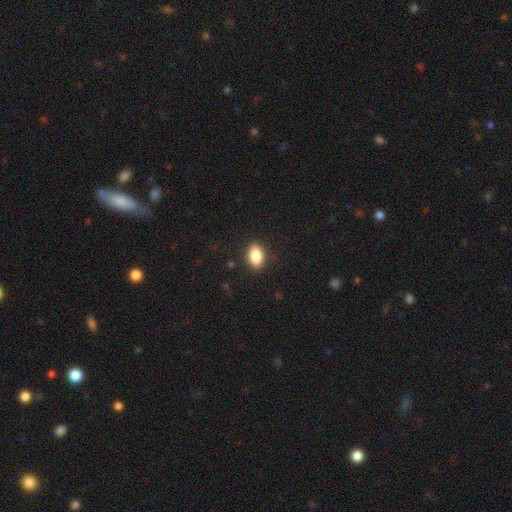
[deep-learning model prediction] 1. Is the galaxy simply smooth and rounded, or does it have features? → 86% smooth, 8% star or artifact, 6% featured or disk.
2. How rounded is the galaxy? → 89% in between, 9% round, 2% cigar-shaped.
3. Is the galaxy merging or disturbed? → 89% none, 8% minor disturbance, 2% major disturbance, 1% merger.